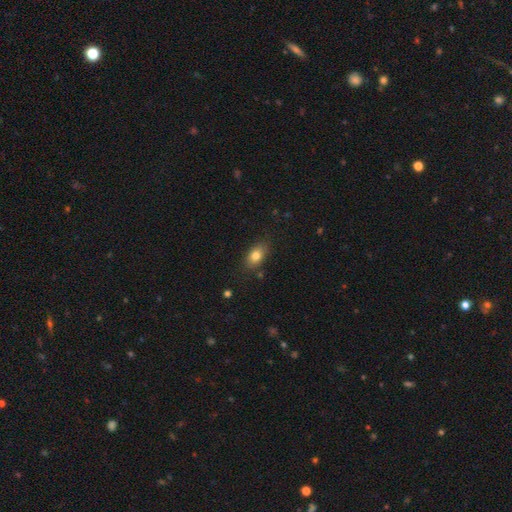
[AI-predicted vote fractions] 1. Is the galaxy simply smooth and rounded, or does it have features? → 81% smooth, 10% featured or disk, 9% star or artifact.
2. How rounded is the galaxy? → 82% in between, 15% round, 3% cigar-shaped.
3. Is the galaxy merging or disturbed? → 81% none, 14% minor disturbance, 3% major disturbance, 2% merger.